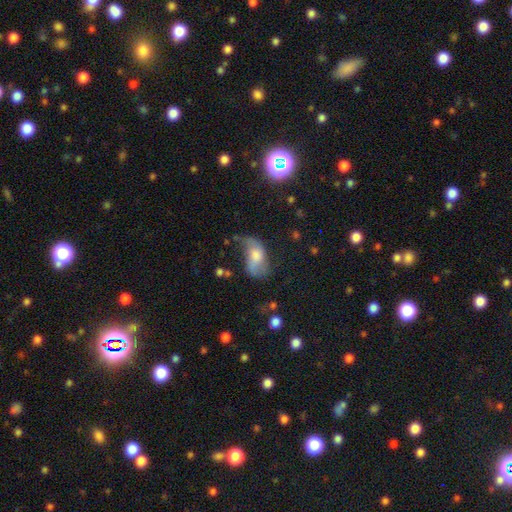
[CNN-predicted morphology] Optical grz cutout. It shows a featured or disk galaxy (47%). Merging: none (40%).